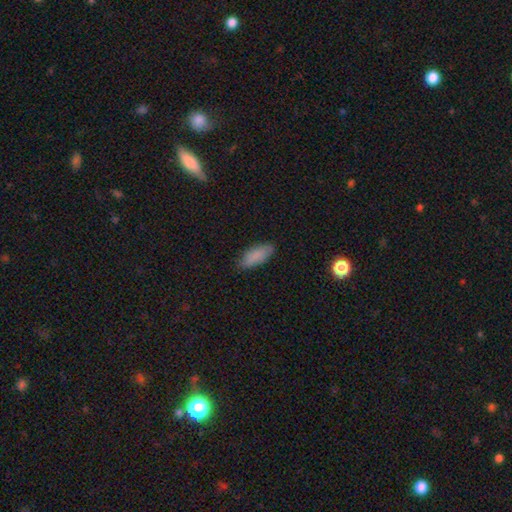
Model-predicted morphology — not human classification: Smooth or featured?
  - smooth: 86% *
  - featured or disk: 7%
  - star or artifact: 7%
How rounded?
  - in between: 77% *
  - cigar-shaped: 21%
  - round: 2%
Merging?
  - none: 83% *
  - minor disturbance: 13%
  - major disturbance: 2%
  - merger: 1%